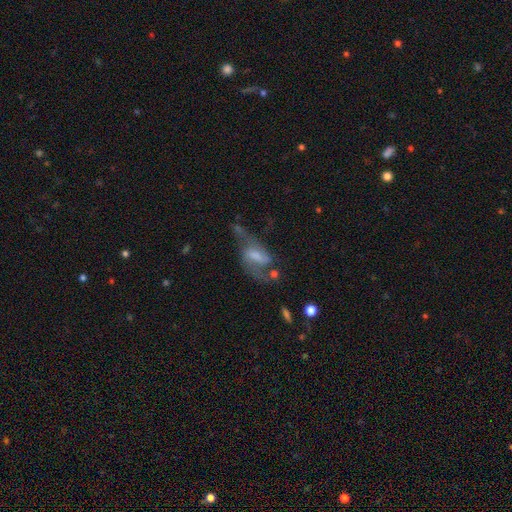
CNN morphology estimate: smooth-or-featured: featured or disk: 76% | smooth: 15% | star or artifact: 10%
  disk-edge-on: no: 94% | yes: 6%
    bar: weak: 51% | strong: 25% | no: 24%
    has-spiral-arms: yes: 89% | no: 11%
      spiral-winding: loose: 54% | medium: 36% | tight: 9%
      spiral-arm-count: 2: 84% | can't tell: 6% | 1: 6% | 3: 2% | 4: 1% | more than 4: 1%
    bulge-size: small: 34% (tied) | moderate: 34% (tied) | none: 21% | large: 10% | dominant: 2%
  merging: none: 48% | major disturbance: 24% | minor disturbance: 20% | merger: 8%